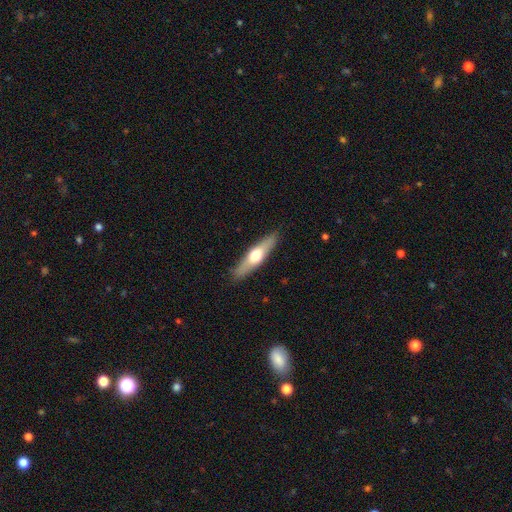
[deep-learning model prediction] A smooth galaxy with no disk features (48%).

Vote fractions:
- Smooth or featured? smooth: 48% / featured or disk: 47% / star or artifact: 5%
- Merging? none: 88% / minor disturbance: 9% / major disturbance: 2% / merger: 1%